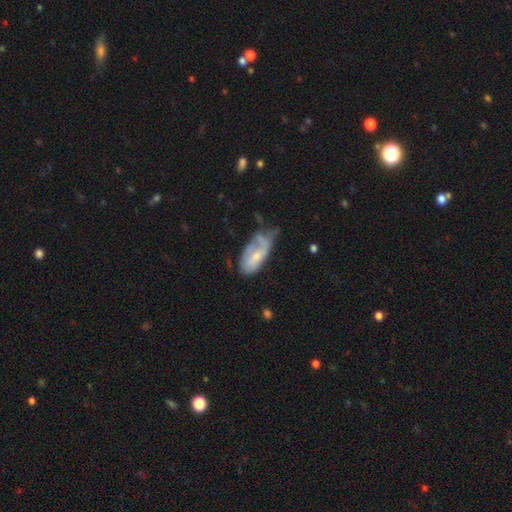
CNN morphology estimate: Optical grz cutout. It shows a smooth galaxy with no disk features (53%) that is in between round and cigar-shaped (89%). Merging: minor disturbance (37%).